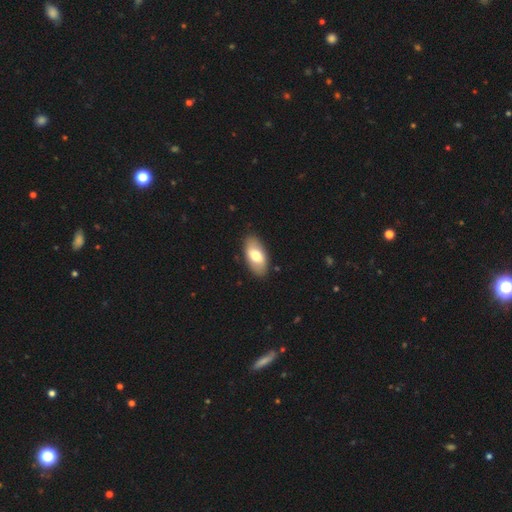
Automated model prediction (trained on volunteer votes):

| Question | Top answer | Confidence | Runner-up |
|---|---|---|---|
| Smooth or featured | smooth | 69% | featured or disk (26%) |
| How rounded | in between | 94% | cigar-shaped (3%) |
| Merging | none | 87% | minor disturbance (10%) |